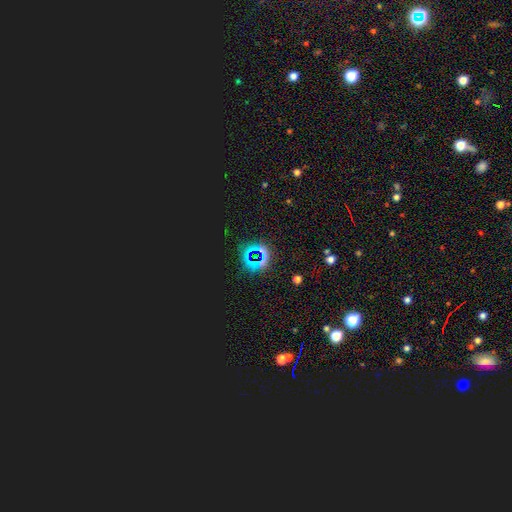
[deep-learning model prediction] The model was most divided on "smooth or featured": star or artifact: 75%, smooth: 16%, featured or disk: 9%.